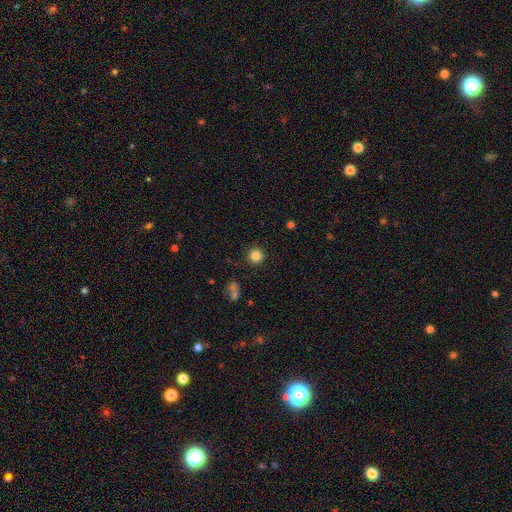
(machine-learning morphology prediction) A smooth galaxy with no disk features (85%) that is round (95%). Merging: none (90%).